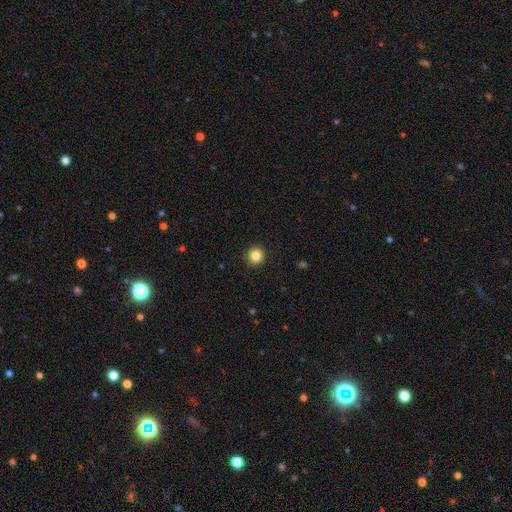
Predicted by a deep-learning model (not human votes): A smooth galaxy with no disk features (84%) that is round (95%).

Vote fractions:
- Smooth or featured? smooth: 84% / star or artifact: 11% / featured or disk: 4%
- How rounded? round: 95% / in between: 4% / cigar-shaped: 1%
- Merging? none: 93% / minor disturbance: 4% / major disturbance: 2% / merger: 1%